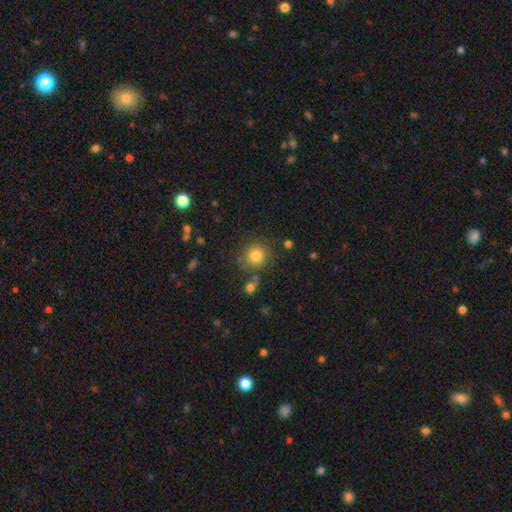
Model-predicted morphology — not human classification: A smooth galaxy with no disk features (82%) that is round (89%). Merging: none (76%).